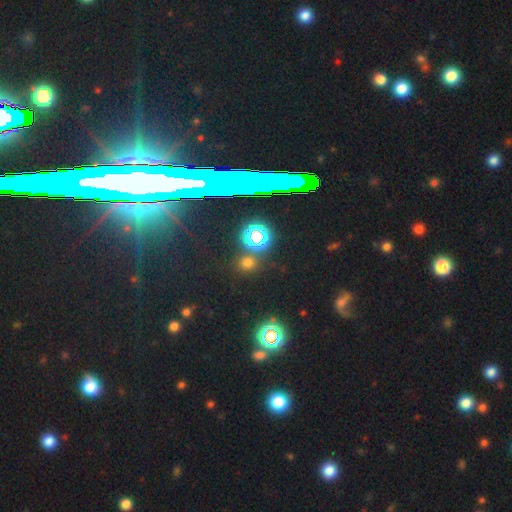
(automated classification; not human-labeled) A star or artifact, not a galaxy (61%).